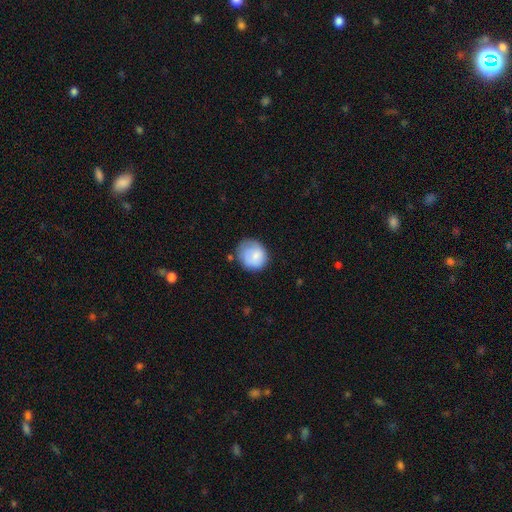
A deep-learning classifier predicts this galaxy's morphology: This appears to be a smooth galaxy with no disk features (77%) that is round (74%). Merging: none (60%).